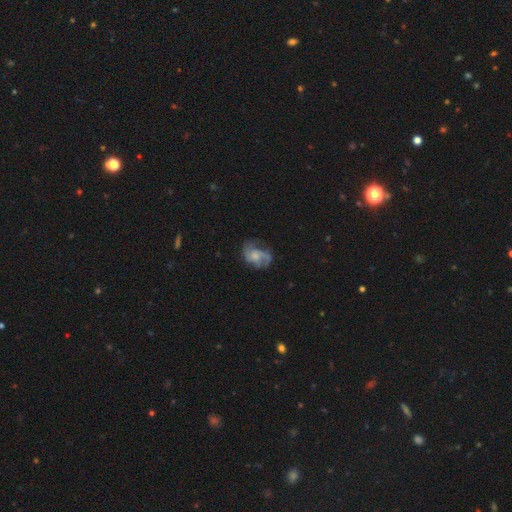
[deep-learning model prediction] This is likely a featured or disk galaxy (72%). It is clearly not viewed edge-on (98%). Bar: likely no (68%). Spiral arm pattern: clearly yes (90%). Spiral arm count: possibly 2 (52%). Spiral winding: possibly medium (47%). Central bulge: marginally moderate (39%). Merging: possibly none (57%).